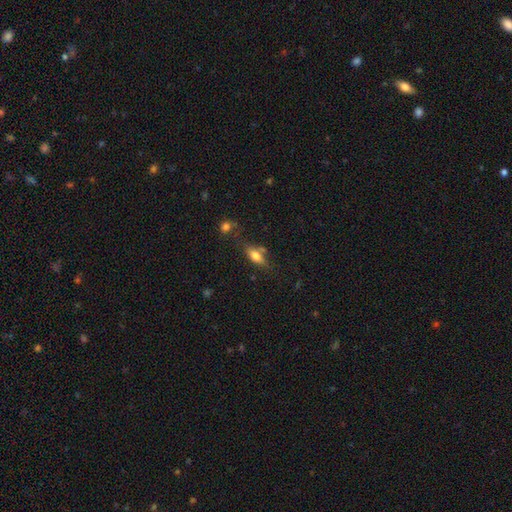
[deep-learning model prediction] Smooth or featured?
  - smooth: 68% *
  - featured or disk: 22%
  - star or artifact: 9%
How rounded?
  - in between: 76% *
  - cigar-shaped: 18%
  - round: 6%
Merging?
  - none: 59% *
  - minor disturbance: 19%
  - merger: 14%
  - major disturbance: 8%